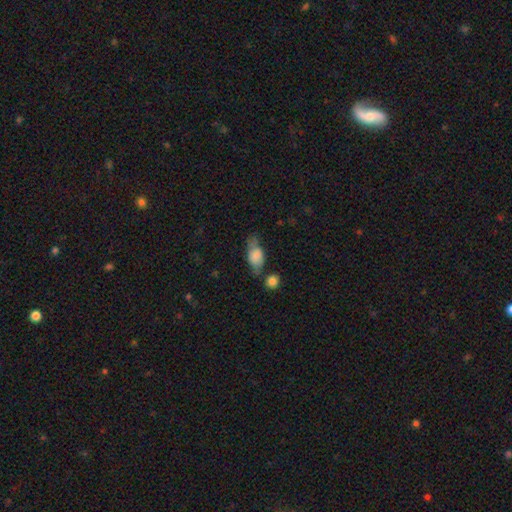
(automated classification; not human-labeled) smooth 72%, featured or disk 20%, star or artifact 8%. Down the decision tree: how rounded — in between (83%); merging — none (47%).